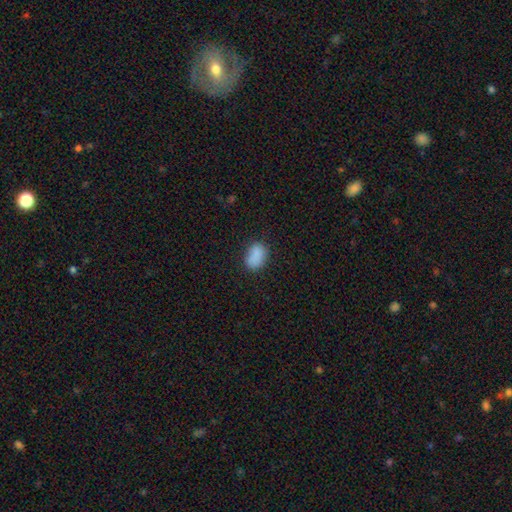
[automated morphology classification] type=smooth (86%); roundness=in between (85%); merging=none (75%).